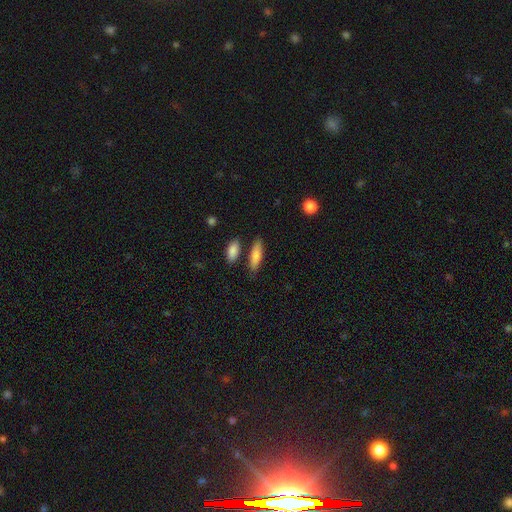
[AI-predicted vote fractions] Smooth or featured? Predicted: smooth (p=0.82). How rounded? Predicted: cigar-shaped (p=0.50). Merging? Predicted: none (p=0.77).